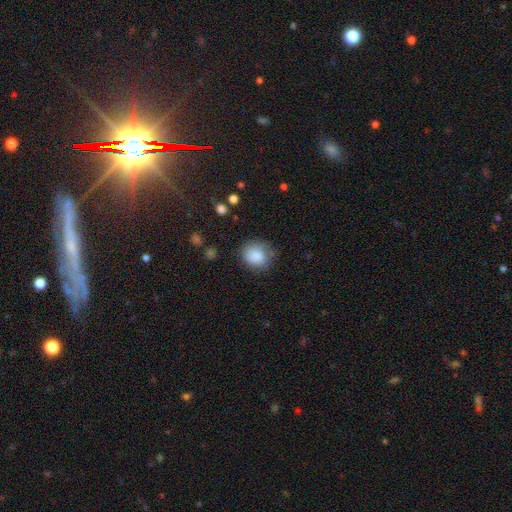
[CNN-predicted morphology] Q: Smooth or featured?
A: smooth (86%); runner-up: star or artifact (8%)
Q: How rounded?
A: round (82%); runner-up: in between (18%)
Q: Merging?
A: none (73%); runner-up: minor disturbance (19%)